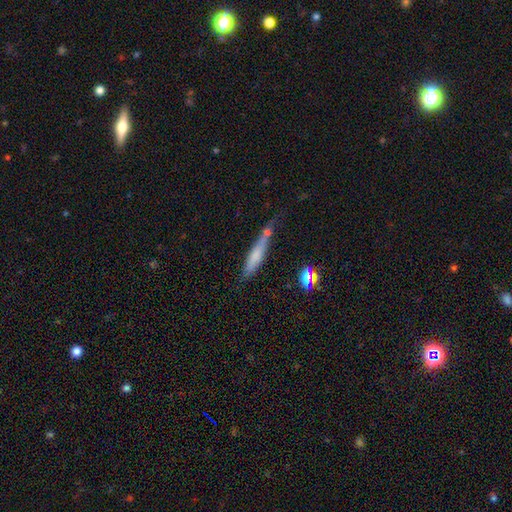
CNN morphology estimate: A smooth galaxy with no disk features (65%) that is cigar-shaped (86%). Merging: none (52%).